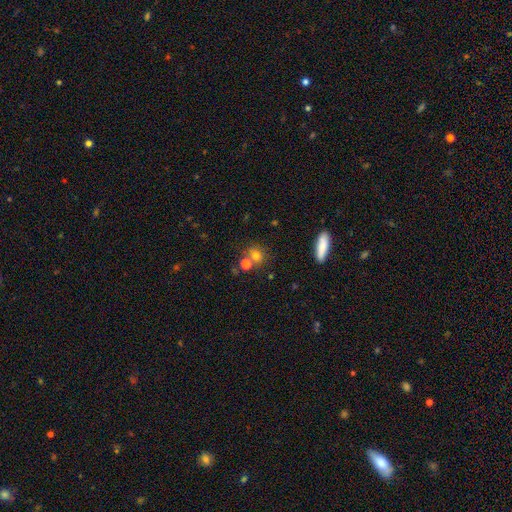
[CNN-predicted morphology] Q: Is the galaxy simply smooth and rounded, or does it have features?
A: smooth — 73%.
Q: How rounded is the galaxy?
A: round — 74%.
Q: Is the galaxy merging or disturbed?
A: none — 54%.